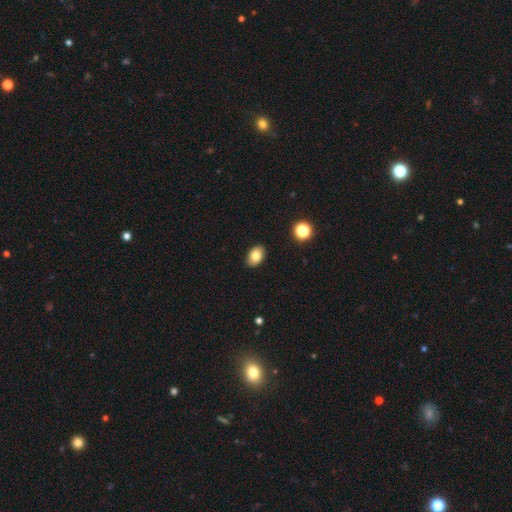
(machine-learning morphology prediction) smooth_or_featured: smooth (p=0.81) [alt: featured or disk p=0.09]
how_rounded: in between (p=0.84) [alt: round p=0.14]
merging: none (p=0.88) [alt: minor disturbance p=0.09]